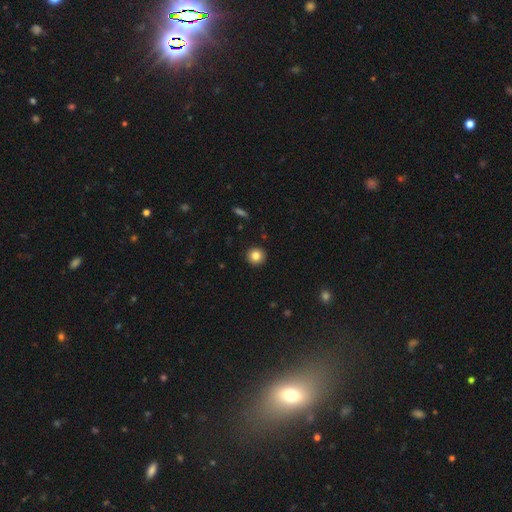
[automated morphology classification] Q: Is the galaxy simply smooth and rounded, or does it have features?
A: smooth — 83%.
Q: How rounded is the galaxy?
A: round — 95%.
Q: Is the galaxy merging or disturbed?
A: none — 93%.